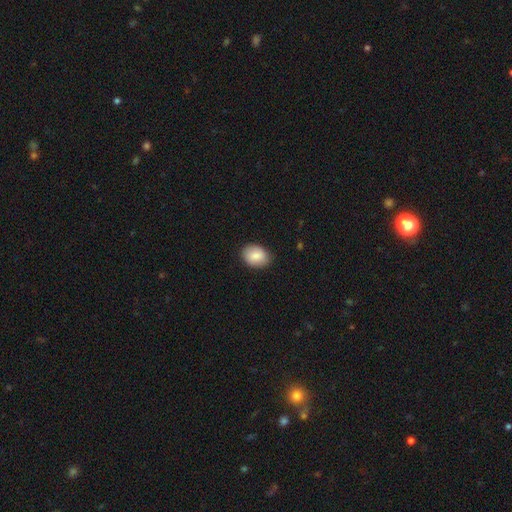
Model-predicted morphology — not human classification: Smooth or featured?
  - smooth: 85% *
  - featured or disk: 8%
  - star or artifact: 7%
How rounded?
  - in between: 64% *
  - round: 35%
  - cigar-shaped: 1%
Merging?
  - none: 84% *
  - minor disturbance: 13%
  - major disturbance: 2%
  - merger: 1%